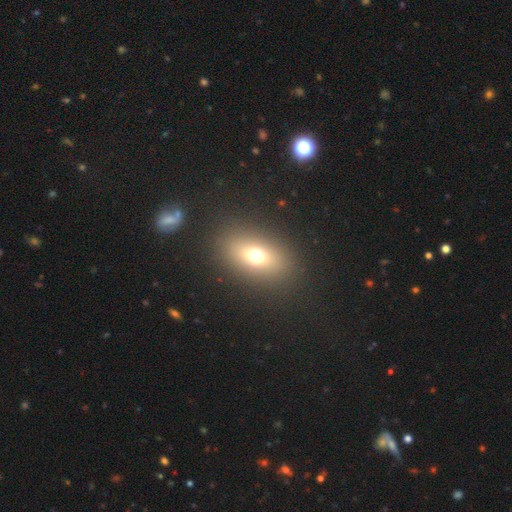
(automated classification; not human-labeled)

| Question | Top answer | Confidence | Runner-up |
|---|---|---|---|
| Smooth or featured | smooth | 64% | star or artifact (19%) |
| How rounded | in between | 68% | round (29%) |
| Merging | none | 87% | minor disturbance (7%) |